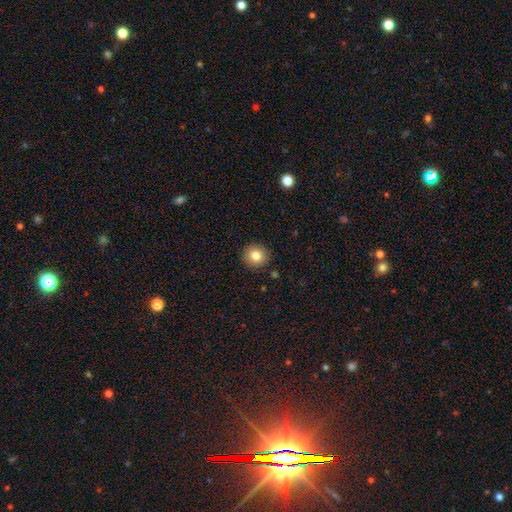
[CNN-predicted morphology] Smooth or featured: smooth — 81% (star or artifact — 10%)
How rounded: round — 93% (in between — 6%)
Merging: none — 91% (minor disturbance — 6%)